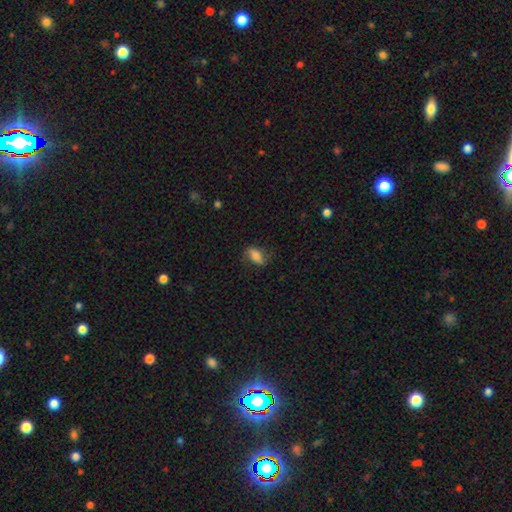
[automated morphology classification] Smooth or featured? Predicted: smooth (p=0.73). How rounded? Predicted: in between (p=0.86). Merging? Predicted: none (p=0.71).